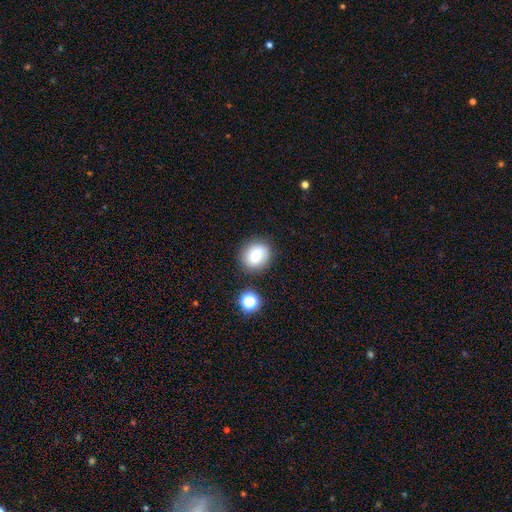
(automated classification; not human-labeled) This is likely a smooth galaxy (73%). How rounded: likely round (79%). Merging: clearly none (82%).